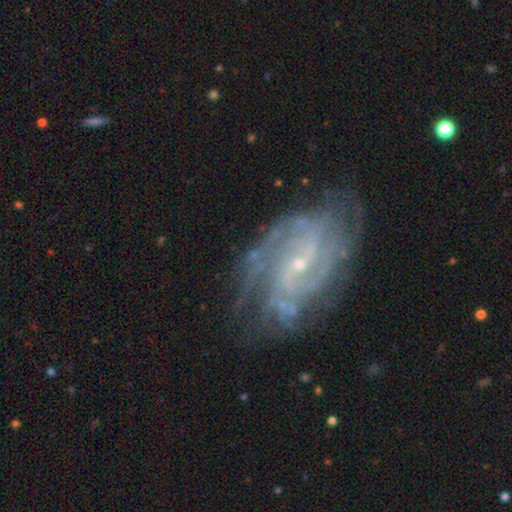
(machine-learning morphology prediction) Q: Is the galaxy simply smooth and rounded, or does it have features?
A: featured or disk — 89%.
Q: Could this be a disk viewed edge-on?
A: no — 96%.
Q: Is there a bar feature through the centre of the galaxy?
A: no — 44%.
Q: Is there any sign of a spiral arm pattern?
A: yes — 96%.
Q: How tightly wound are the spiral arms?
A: tight — 54%.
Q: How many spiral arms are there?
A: can't tell — 29%.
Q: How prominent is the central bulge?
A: small — 80%.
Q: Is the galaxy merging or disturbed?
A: none — 68%.